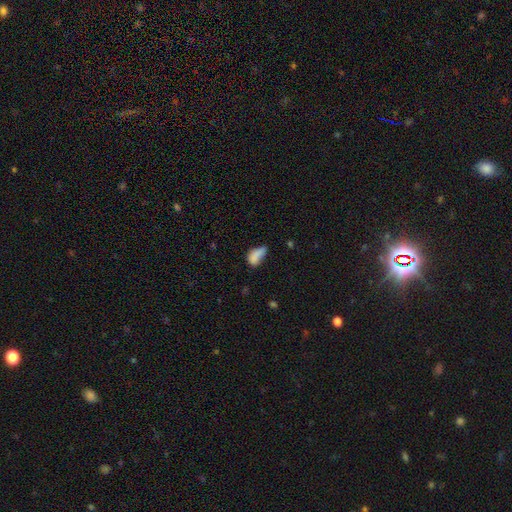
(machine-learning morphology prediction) Overall: smooth (78%). How rounded: in between (86%). Merging: minor disturbance (37%; none 31%).